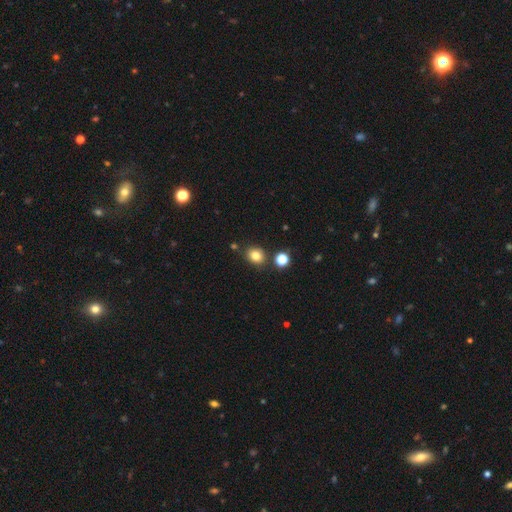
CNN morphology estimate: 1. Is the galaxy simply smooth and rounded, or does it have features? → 81% smooth, 12% star or artifact, 6% featured or disk.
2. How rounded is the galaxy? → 58% round, 41% in between, 1% cigar-shaped.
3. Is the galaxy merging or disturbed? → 80% none, 11% minor disturbance, 7% merger, 3% major disturbance.